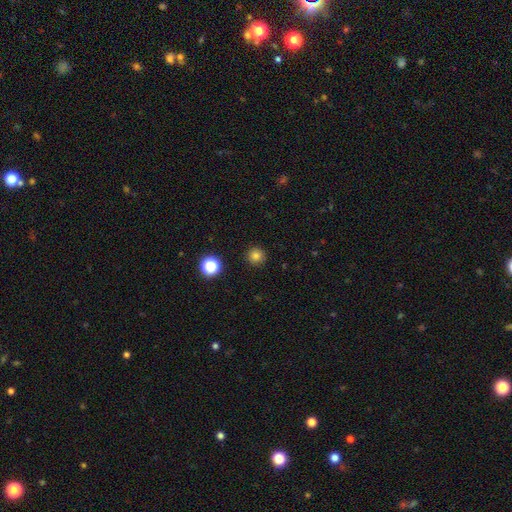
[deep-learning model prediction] smooth 80%, star or artifact 15%, featured or disk 5%. Down the decision tree: how rounded — round (95%); merging — none (91%).